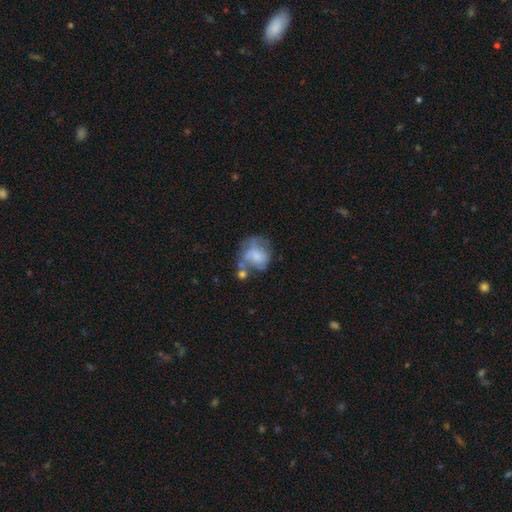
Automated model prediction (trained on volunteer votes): This is possibly a smooth galaxy (53%). How rounded: possibly round (58%). Merging: marginally none (33%).